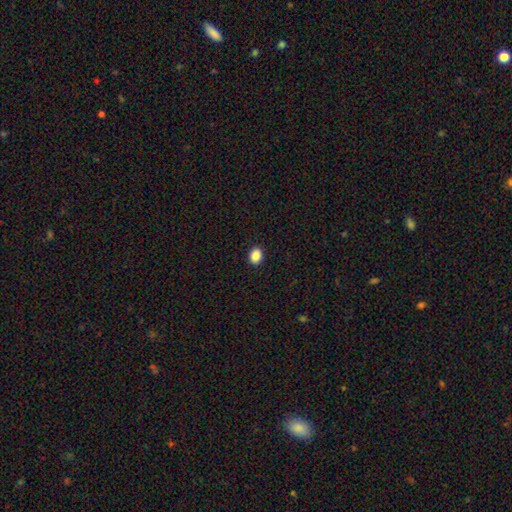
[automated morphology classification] This appears to be a smooth galaxy with no disk features (89%) that is in between round and cigar-shaped (57%). Merging: none (91%).